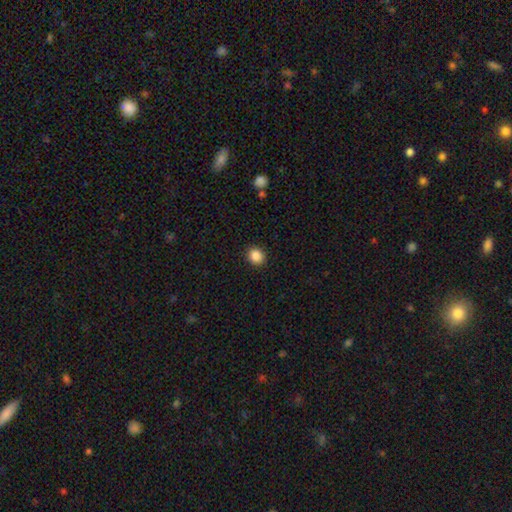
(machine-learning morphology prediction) type=smooth (87%); roundness=round (81%); merging=none (91%).